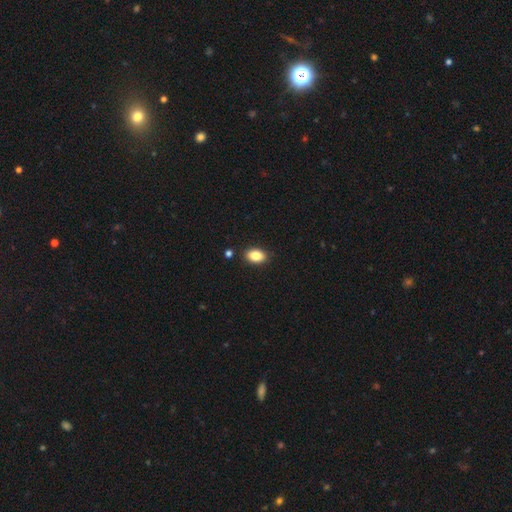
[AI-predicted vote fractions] Smooth or featured? smooth (86%)
How rounded? in between (86%)
Merging? none (87%)